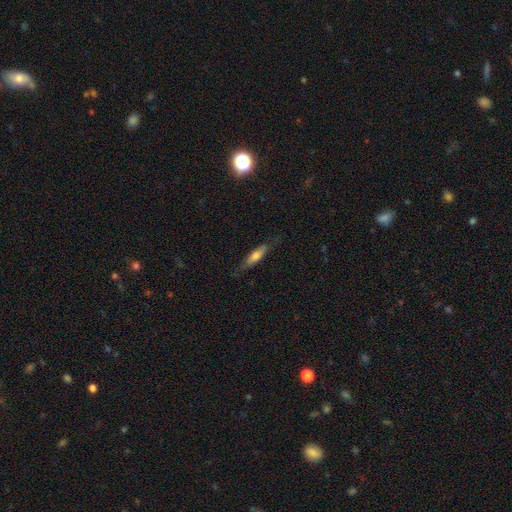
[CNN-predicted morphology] Overall: smooth (64%; featured or disk 30%). How rounded: cigar-shaped (70%). Merging: none (78%).